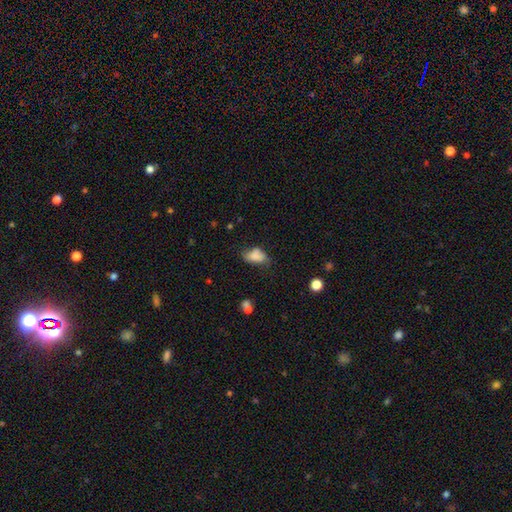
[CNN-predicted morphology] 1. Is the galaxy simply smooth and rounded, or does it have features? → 79% smooth, 12% featured or disk, 9% star or artifact.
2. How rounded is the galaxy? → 88% in between, 9% round, 2% cigar-shaped.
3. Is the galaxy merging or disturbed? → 48% none, 35% minor disturbance, 13% major disturbance, 4% merger.